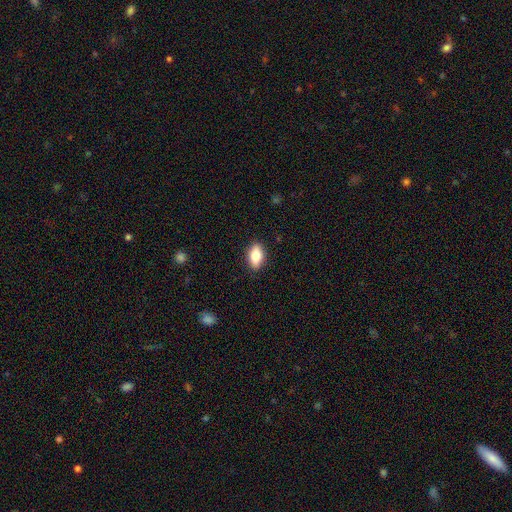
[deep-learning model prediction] This is likely a smooth galaxy (75%). How rounded: clearly in between (86%). Merging: clearly none (88%).